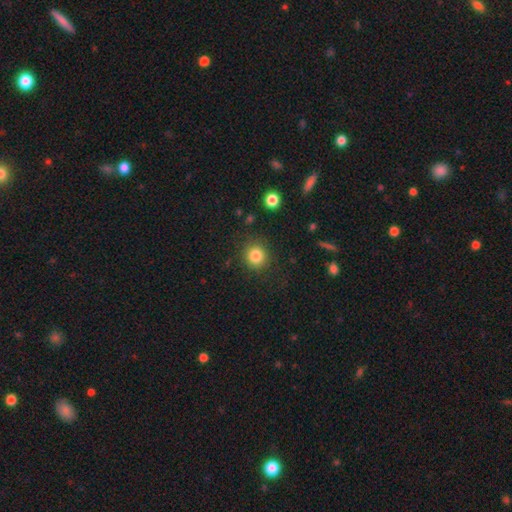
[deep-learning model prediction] Smooth or featured: smooth — 84% (star or artifact — 11%)
How rounded: round — 90% (in between — 9%)
Merging: none — 87% (minor disturbance — 8%)